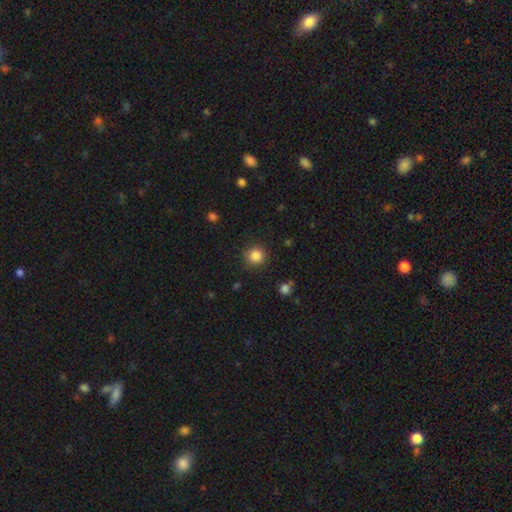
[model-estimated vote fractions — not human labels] The model was most divided on "smooth or featured": smooth: 85%, star or artifact: 11%, featured or disk: 4%. More confident: how rounded — round (93%); merging — none (88%).